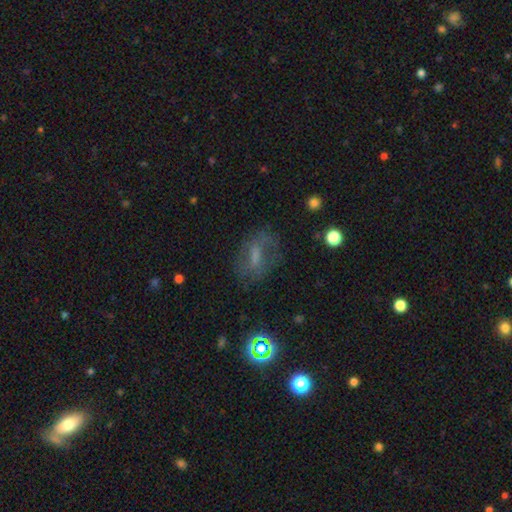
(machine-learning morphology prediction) smooth_or_featured: featured or disk (p=0.41) [alt: smooth p=0.39]
merging: none (p=0.62) [alt: minor disturbance p=0.19]